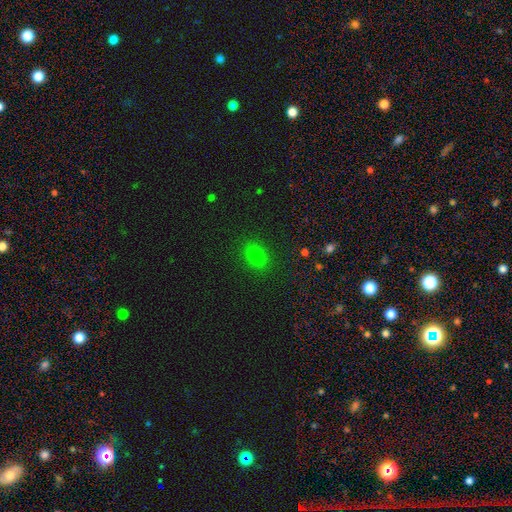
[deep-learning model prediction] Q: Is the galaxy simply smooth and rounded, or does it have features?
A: smooth — 77%.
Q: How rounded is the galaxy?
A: in between — 64%.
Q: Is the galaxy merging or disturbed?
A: none — 87%.